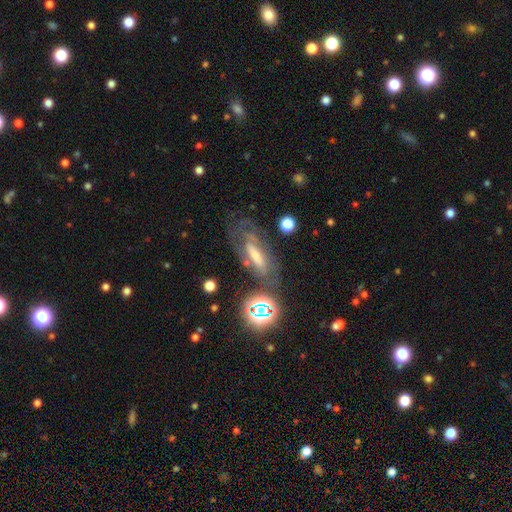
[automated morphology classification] Smooth or featured? featured or disk (58%)
Edge-on disk? no (73%)
Merging? none (56%)